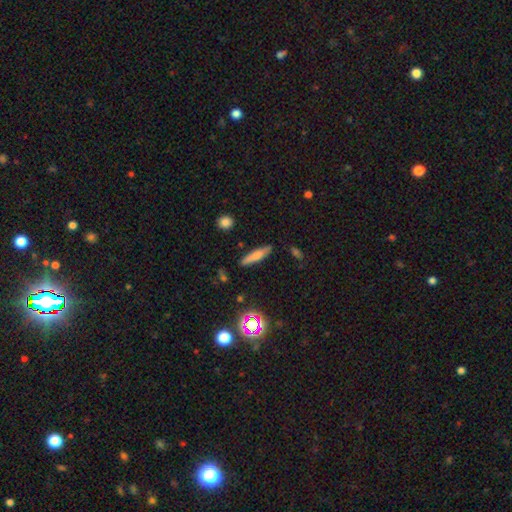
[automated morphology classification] This appears to be a smooth galaxy with no disk features (68%) that is cigar-shaped (79%). Merging: none (84%).